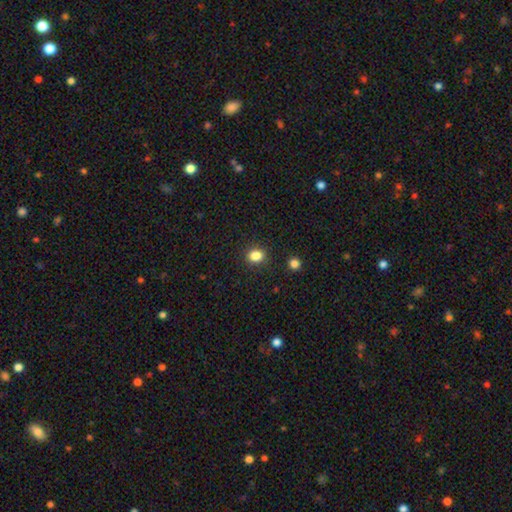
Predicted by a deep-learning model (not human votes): This appears to be a smooth galaxy with no disk features (84%) that is round (57%). Merging: none (88%).